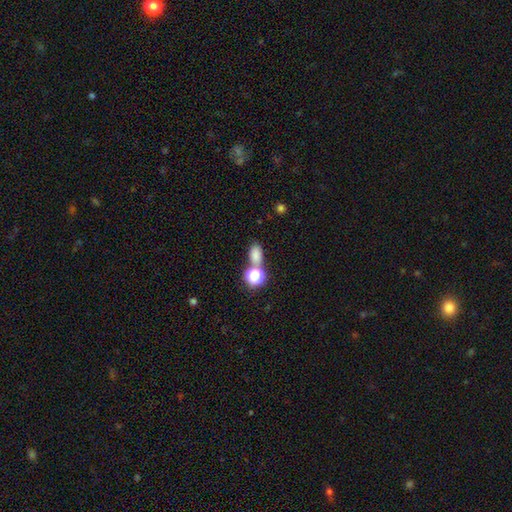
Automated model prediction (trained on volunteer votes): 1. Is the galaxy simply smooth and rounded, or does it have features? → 75% smooth, 19% star or artifact, 6% featured or disk.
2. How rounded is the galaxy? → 77% in between, 21% round, 2% cigar-shaped.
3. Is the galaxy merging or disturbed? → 60% none, 26% merger, 10% minor disturbance, 4% major disturbance.